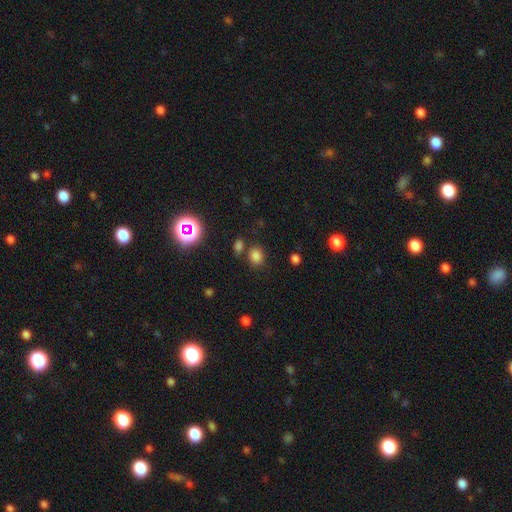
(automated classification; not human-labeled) smooth_or_featured: smooth (p=0.75) [alt: star or artifact p=0.20]
how_rounded: round (p=0.62) [alt: in between p=0.37]
merging: none (p=0.74) [alt: merger p=0.12]